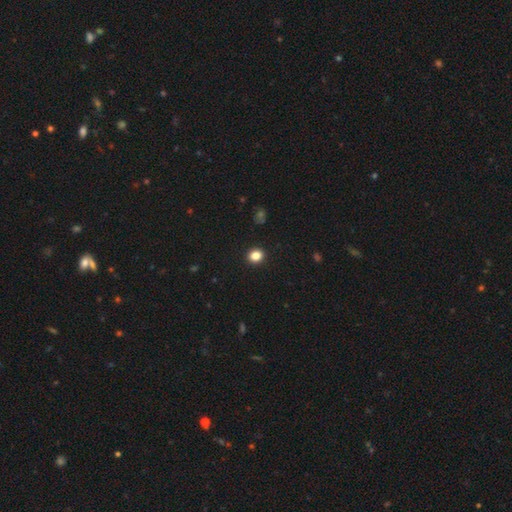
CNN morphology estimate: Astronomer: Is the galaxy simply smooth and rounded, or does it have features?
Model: smooth — 85%.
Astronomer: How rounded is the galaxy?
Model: round — 71%.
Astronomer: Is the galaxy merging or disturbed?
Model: none — 92%.